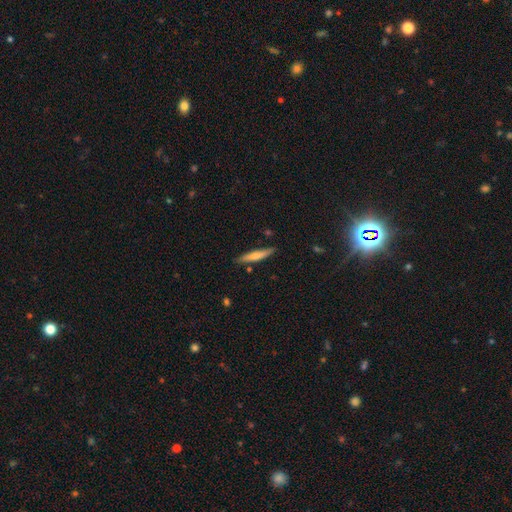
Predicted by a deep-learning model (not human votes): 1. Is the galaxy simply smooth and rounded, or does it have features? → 62% smooth, 33% featured or disk, 6% star or artifact.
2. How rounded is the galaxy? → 91% cigar-shaped, 7% in between, 1% round.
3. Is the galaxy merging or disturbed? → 86% none, 10% minor disturbance, 3% merger, 2% major disturbance.